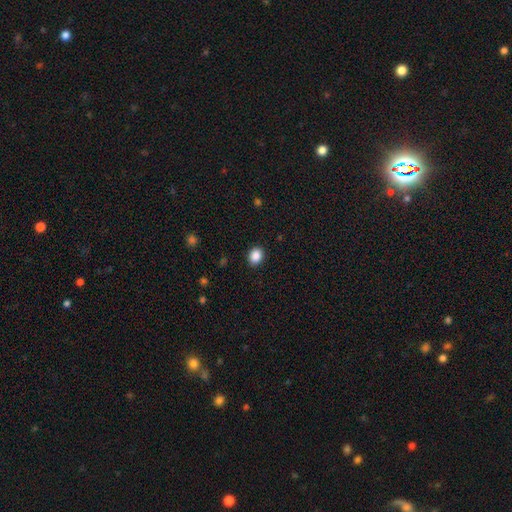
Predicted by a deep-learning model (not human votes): A smooth galaxy with no disk features (88%) that is round (50%).

Vote fractions:
- Smooth or featured? smooth: 88% / star or artifact: 9% / featured or disk: 3%
- How rounded? round: 50% / in between: 49% / cigar-shaped: 1%
- Merging? none: 90% / minor disturbance: 7% / major disturbance: 2% / merger: 1%